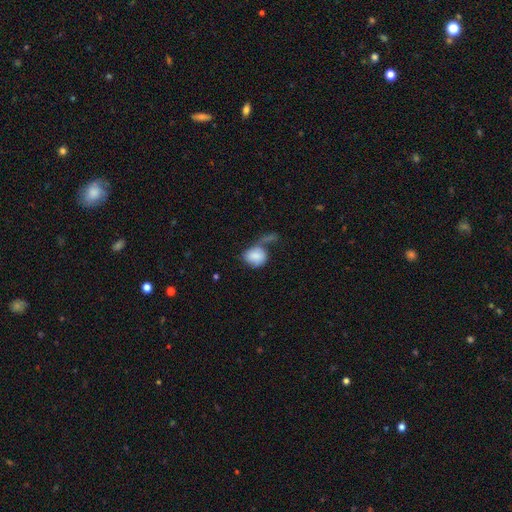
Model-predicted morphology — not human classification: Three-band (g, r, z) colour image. It shows a smooth galaxy with no disk features (81%) that is round (59%). Merging: none (30%).